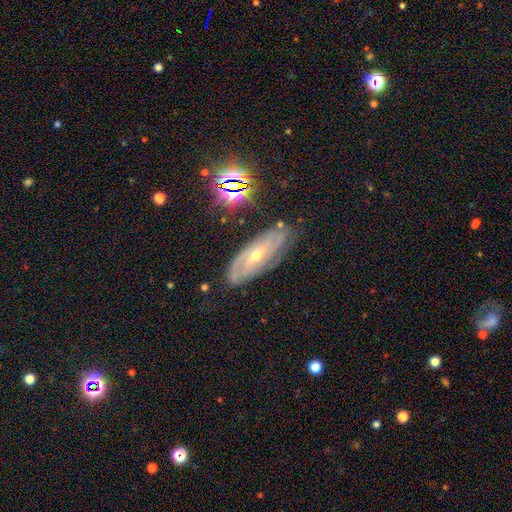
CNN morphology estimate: Smooth or featured? featured or disk (80%)
Edge-on disk? no (87%)
Bar? weak (40%)
Spiral arms? yes (93%)
Spiral winding? tight (61%)
Spiral arm count? 2 (40%)
Bulge size? small (55%)
Merging? none (76%)